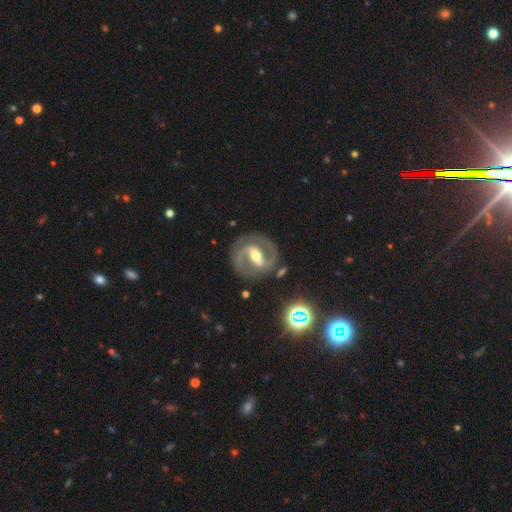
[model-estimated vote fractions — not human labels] A featured or disk galaxy (88%) with a strong bar (61%), 2 (92%) medium (55%) spiral arms (94%) and a moderate central bulge (65%).

Vote fractions:
- Smooth or featured? featured or disk: 88% / smooth: 7% / star or artifact: 5%
- Edge-on disk? no: 97% / yes: 3%
- Bar? strong: 61% / weak: 29% / no: 10%
- Spiral arms? yes: 94% / no: 6%
- Spiral winding? medium: 55% / tight: 35% / loose: 11%
- Spiral arm count? 2: 92% / can't tell: 3% / 1: 2% / 3: 1% / 4: 1% / more than 4: 1%
- Bulge size? moderate: 65% / small: 26% / large: 7% / none: 1% / dominant: 1%
- Merging? none: 83% / minor disturbance: 11% / major disturbance: 5% / merger: 2%